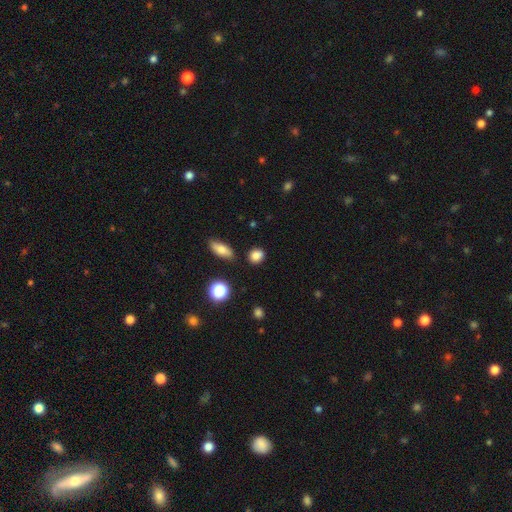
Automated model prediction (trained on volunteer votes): Smooth or featured? Predicted: smooth (p=0.83). How rounded? Predicted: round (p=0.66). Merging? Predicted: none (p=0.82).